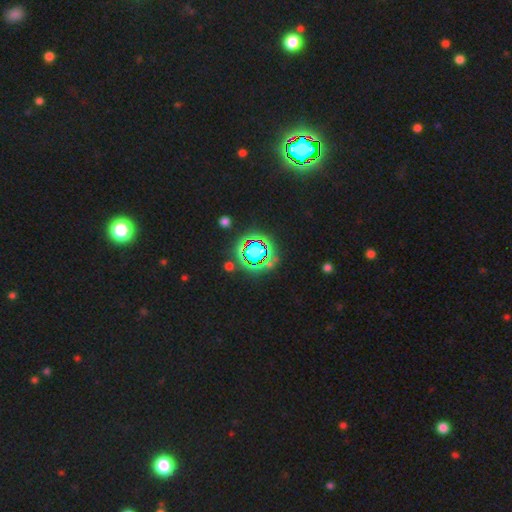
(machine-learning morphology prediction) star or artifact 67%, smooth 20%, featured or disk 14%.